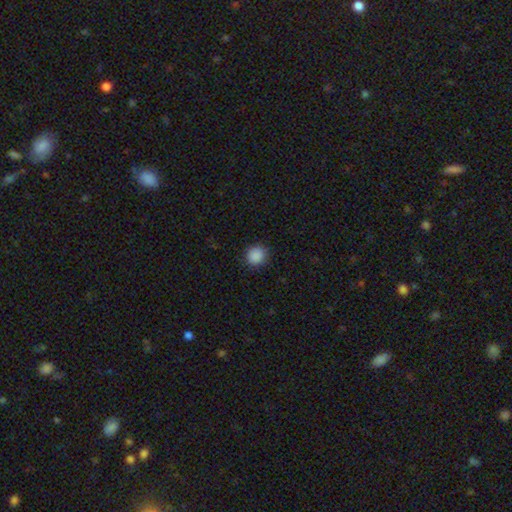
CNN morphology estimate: Smooth or featured? Predicted: smooth (p=0.89). How rounded? Predicted: round (p=0.89). Merging? Predicted: none (p=0.90).